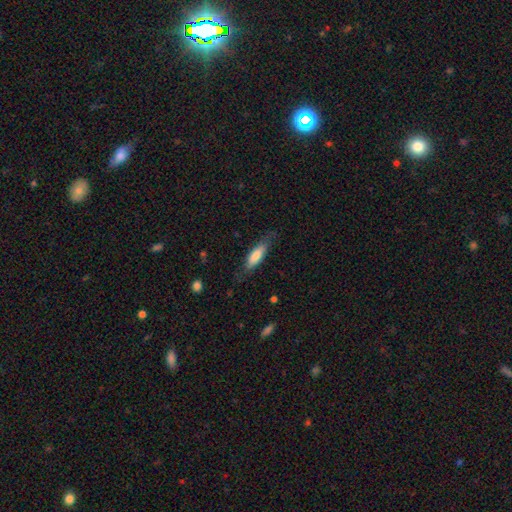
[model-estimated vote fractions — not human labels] The model was most divided on "how rounded": cigar-shaped: 50%, in between: 48%, round: 2%. More confident: smooth or featured — smooth (74%); merging — none (73%).